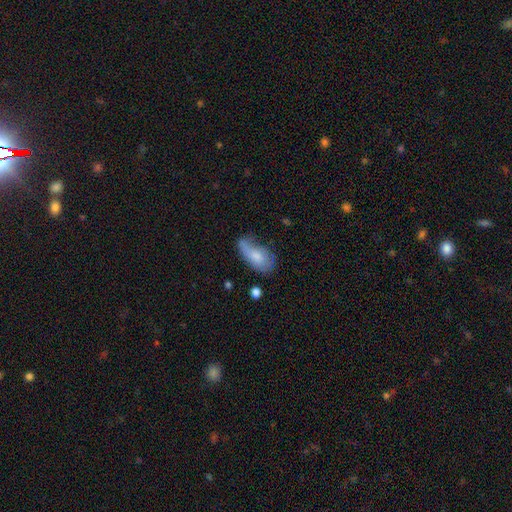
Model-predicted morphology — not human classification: smooth 66%, featured or disk 27%, star or artifact 7%. Down the decision tree: how rounded — in between (90%); merging — none (39%).